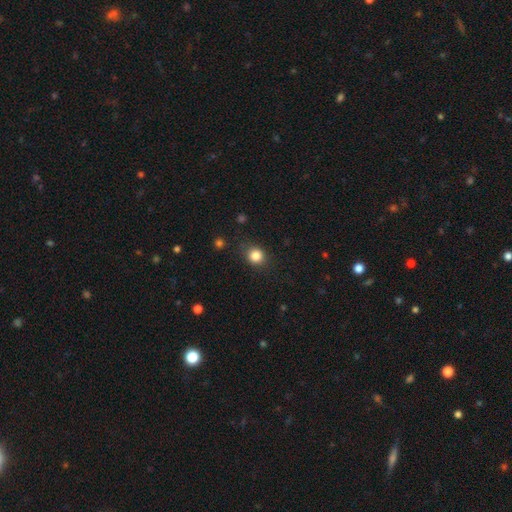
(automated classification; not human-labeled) smooth-or-featured: smooth: 84% | star or artifact: 11% | featured or disk: 5%
  how-rounded: round: 80% | in between: 19% | cigar-shaped: 1%
  merging: none: 82% | minor disturbance: 12% | major disturbance: 4% | merger: 2%